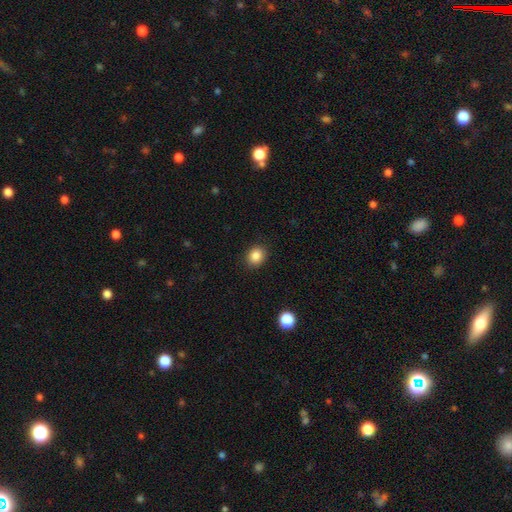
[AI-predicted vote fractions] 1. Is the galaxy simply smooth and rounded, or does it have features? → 86% smooth, 10% star or artifact, 4% featured or disk.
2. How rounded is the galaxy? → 65% round, 34% in between, 1% cigar-shaped.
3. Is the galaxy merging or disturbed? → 89% none, 7% minor disturbance, 2% major disturbance, 1% merger.